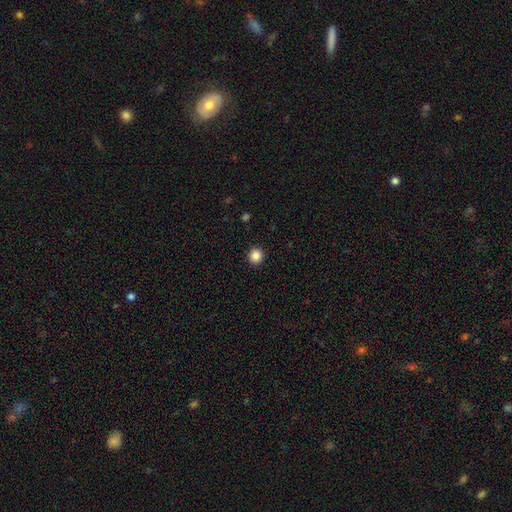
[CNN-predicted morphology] type=smooth (85%); roundness=round (93%); merging=none (93%).